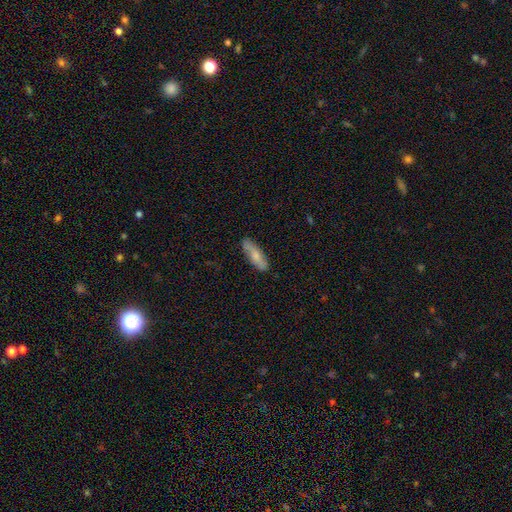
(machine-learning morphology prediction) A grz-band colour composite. It shows a smooth galaxy with no disk features (69%) that is cigar-shaped (49%). Merging: none (85%).